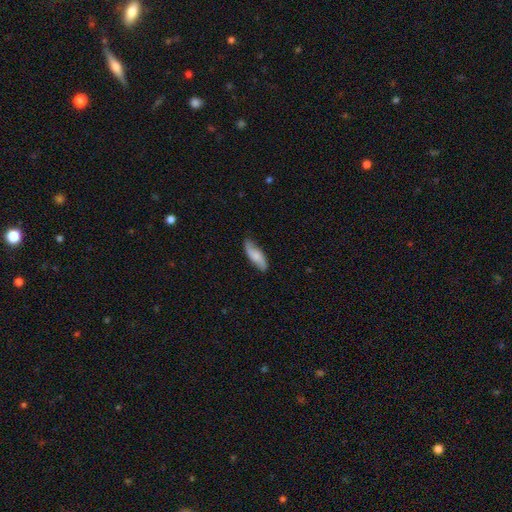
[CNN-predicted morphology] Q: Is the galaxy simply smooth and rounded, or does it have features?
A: smooth — 60%.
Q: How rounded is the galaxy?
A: in between — 61%.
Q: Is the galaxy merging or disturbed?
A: none — 78%.